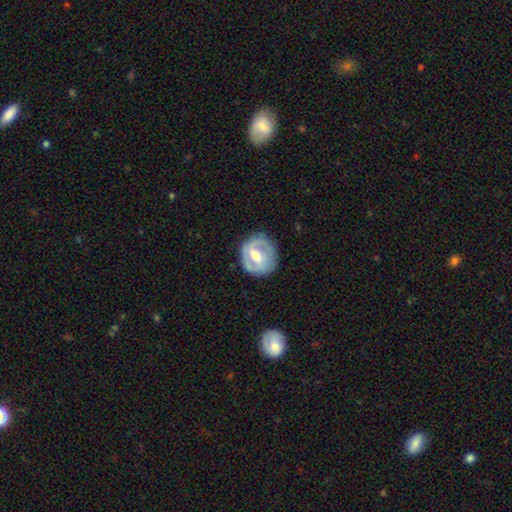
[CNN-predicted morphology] The model was most divided on "bar": weak: 46%, strong: 37%, no: 18%. More confident: edge-on disk — no (96%); merging — none (80%); smooth or featured — featured or disk (72%); bulge size — moderate (71%); spiral arms — yes (70%).